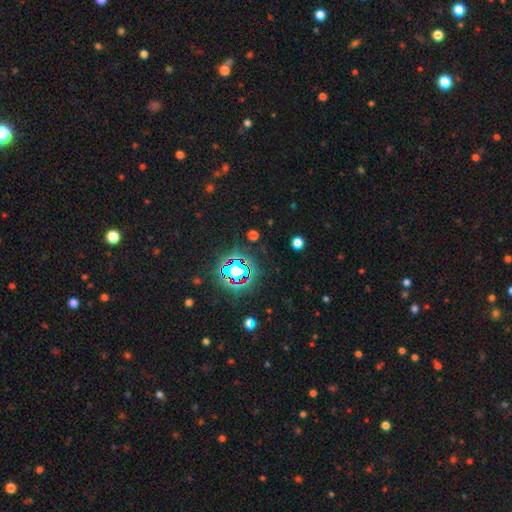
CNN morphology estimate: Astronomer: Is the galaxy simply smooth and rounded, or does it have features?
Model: star or artifact — 81%.